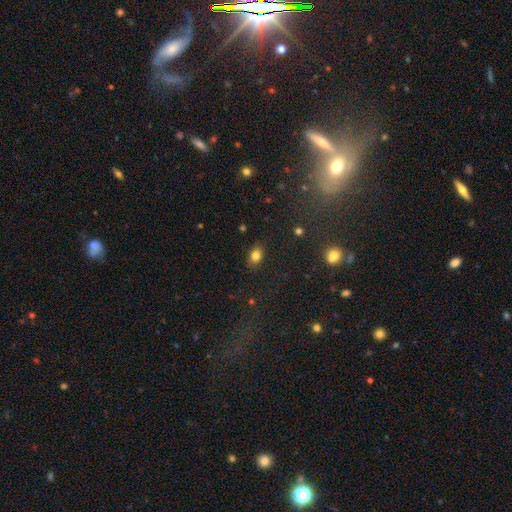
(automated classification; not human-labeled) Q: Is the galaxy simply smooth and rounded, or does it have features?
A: smooth — 82%.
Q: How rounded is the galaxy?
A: in between — 74%.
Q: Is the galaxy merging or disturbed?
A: none — 85%.